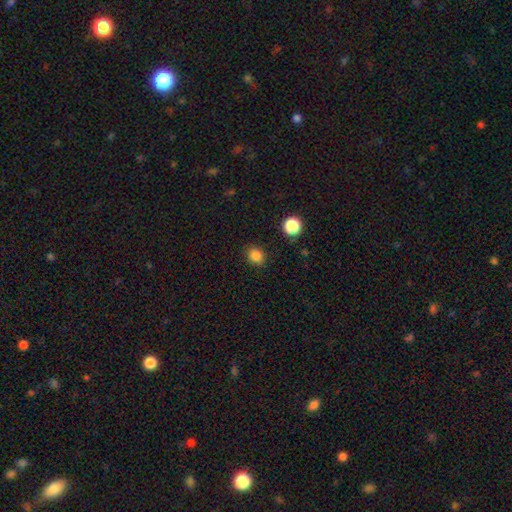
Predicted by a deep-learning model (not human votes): Morphology: type=smooth (84%); roundness=round (67%); merging=none (88%).